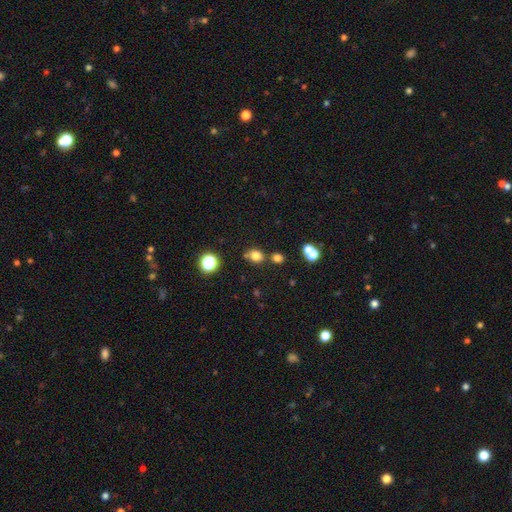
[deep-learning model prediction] This is likely a smooth galaxy (78%). How rounded: likely round (65%). Merging: likely none (68%).